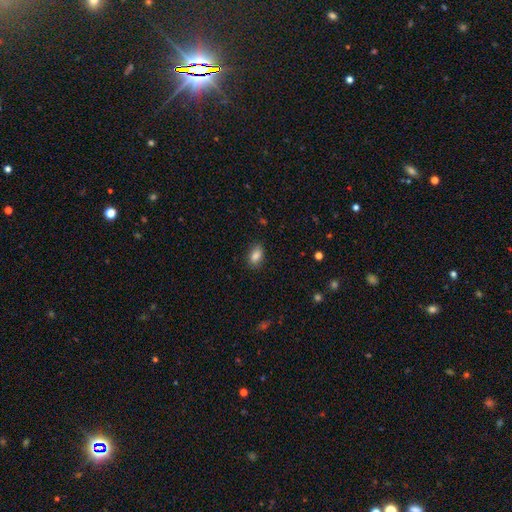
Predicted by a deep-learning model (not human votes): Smooth or featured?
  - smooth: 86% *
  - star or artifact: 8%
  - featured or disk: 5%
How rounded?
  - in between: 88% *
  - round: 10%
  - cigar-shaped: 2%
Merging?
  - none: 84% *
  - minor disturbance: 12%
  - major disturbance: 3%
  - merger: 1%